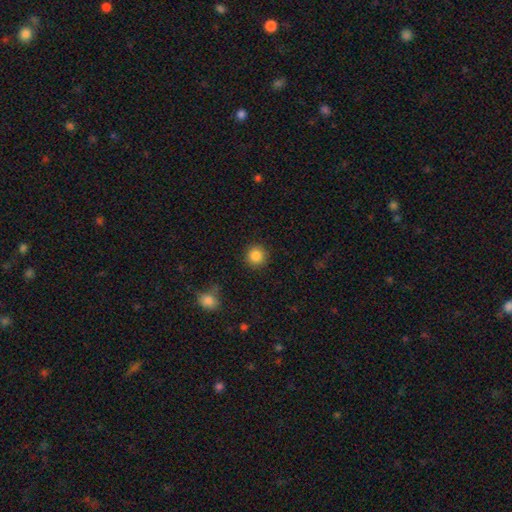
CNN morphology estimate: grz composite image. It shows a smooth galaxy with no disk features (86%) that is round (94%). Merging: none (90%).